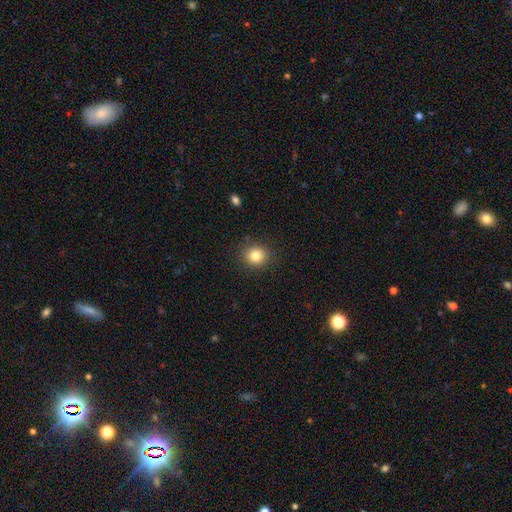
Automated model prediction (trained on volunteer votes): Smooth or featured: smooth — 83% (star or artifact — 11%)
How rounded: round — 84% (in between — 15%)
Merging: none — 88% (minor disturbance — 8%)